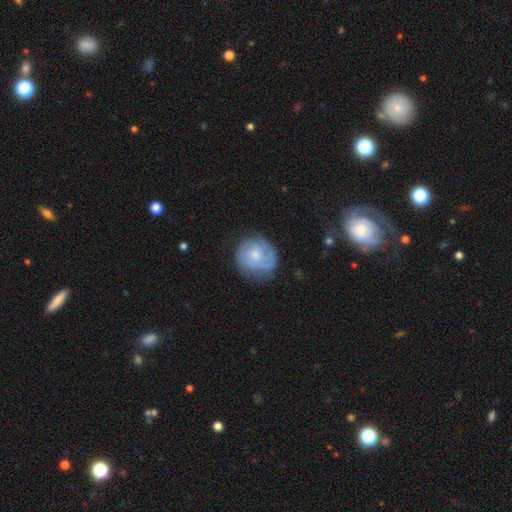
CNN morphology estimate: smooth-or-featured: featured or disk: 58% | smooth: 35% | star or artifact: 7%
  disk-edge-on: no: 98% | yes: 2%
    bar: no: 76% | weak: 21% | strong: 3%
    has-spiral-arms: yes: 82% | no: 18%
    bulge-size: small: 49% | moderate: 43% | none: 4% | large: 3% | dominant: 1%
  merging: none: 66% | minor disturbance: 23% | major disturbance: 9% | merger: 2%